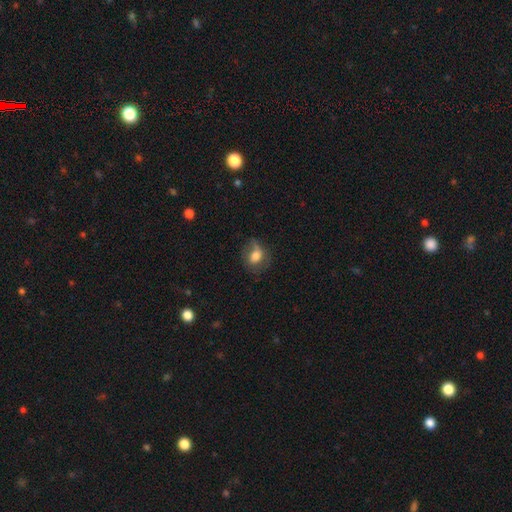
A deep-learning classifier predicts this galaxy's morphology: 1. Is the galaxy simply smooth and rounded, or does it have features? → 64% smooth, 26% featured or disk, 9% star or artifact.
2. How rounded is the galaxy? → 51% in between, 47% round, 1% cigar-shaped.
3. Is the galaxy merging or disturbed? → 50% none, 28% minor disturbance, 20% major disturbance, 2% merger.